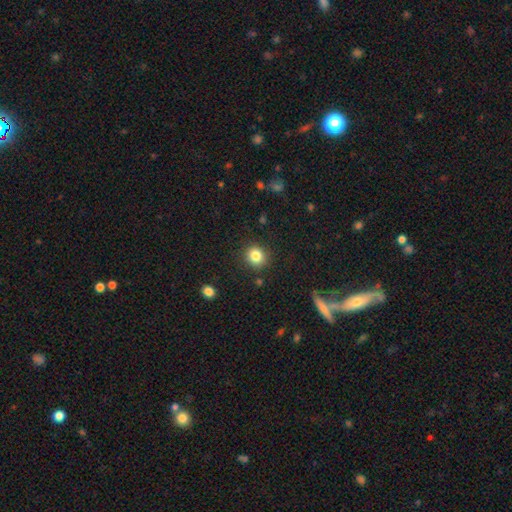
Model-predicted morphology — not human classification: Q: Smooth or featured?
A: smooth (83%); runner-up: star or artifact (11%)
Q: How rounded?
A: round (87%); runner-up: in between (12%)
Q: Merging?
A: none (89%); runner-up: minor disturbance (7%)